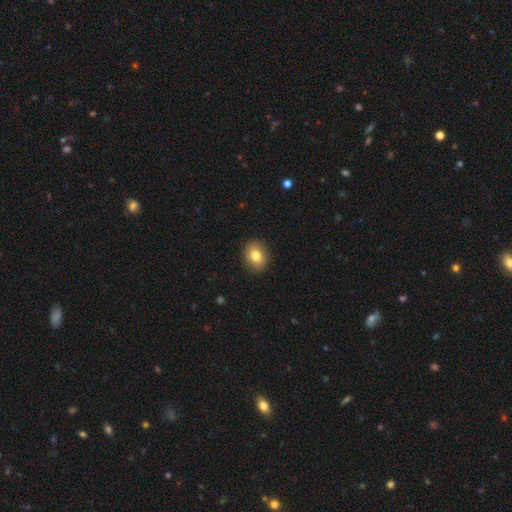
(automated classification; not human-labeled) Overall: smooth (80%). How rounded: in between (50%; round 49%). Merging: none (90%).